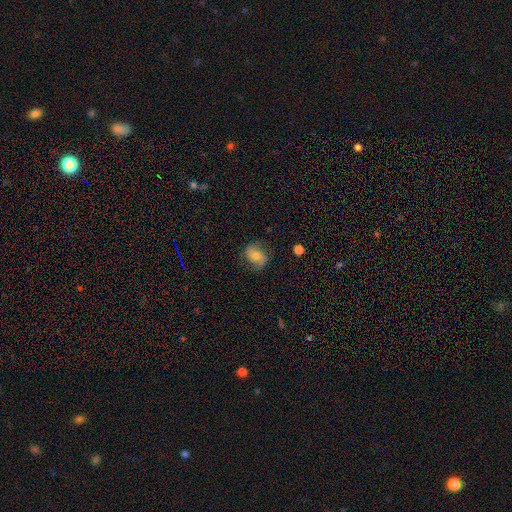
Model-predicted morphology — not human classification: type=smooth (45%, tied with featured or disk); merging=none (74%).